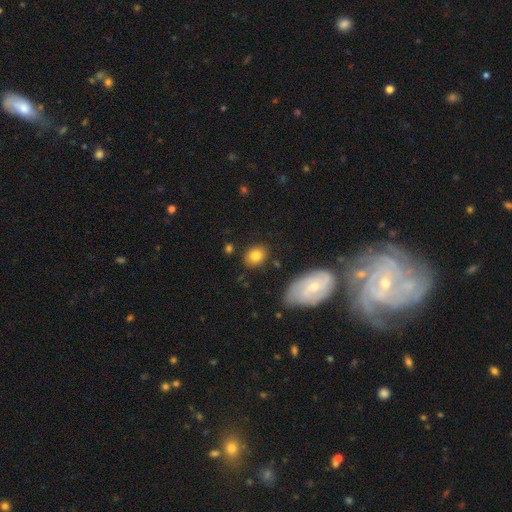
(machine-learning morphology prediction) Smooth or featured? smooth (80%)
How rounded? in between (54%)
Merging? none (82%)